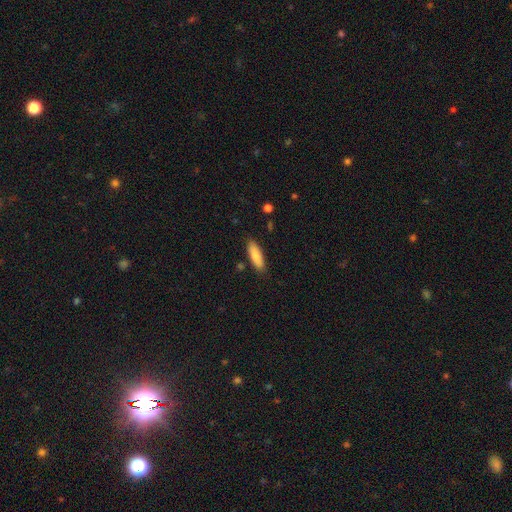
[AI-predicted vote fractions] This appears to be a smooth galaxy with no disk features (83%) that is cigar-shaped (51%). Merging: none (86%).